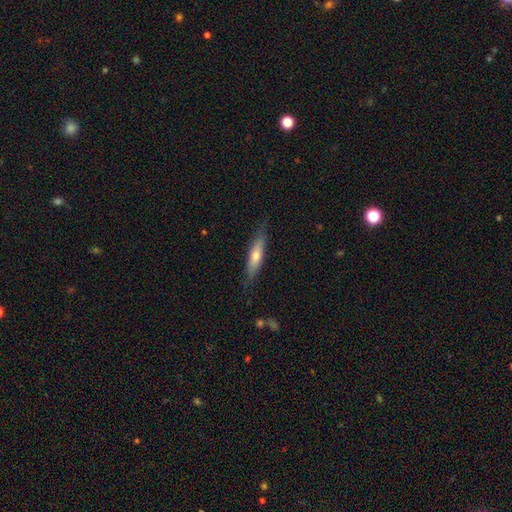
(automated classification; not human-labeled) smooth-or-featured: smooth: 55% | featured or disk: 39% | star or artifact: 6%
  how-rounded: cigar-shaped: 79% | in between: 19% | round: 2%
  merging: none: 81% | minor disturbance: 15% | major disturbance: 3% | merger: 1%